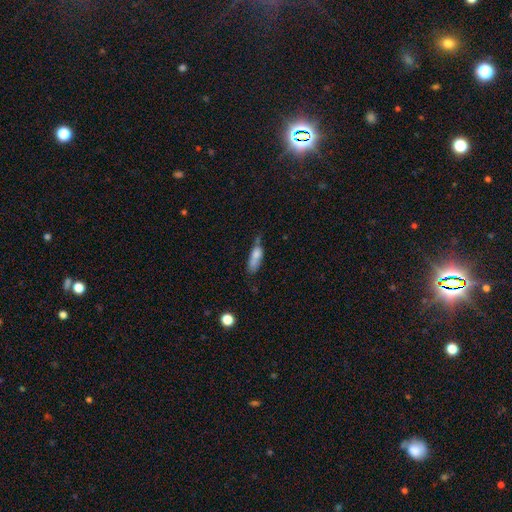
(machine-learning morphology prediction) Overall: smooth (72%). How rounded: in between (60%; cigar-shaped 36%). Merging: none (36%; minor disturbance 31%).